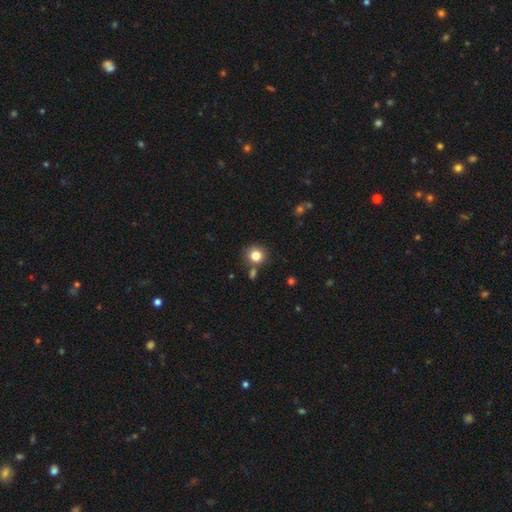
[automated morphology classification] This appears to be a smooth galaxy with no disk features (82%) that is round (89%). Merging: none (78%).